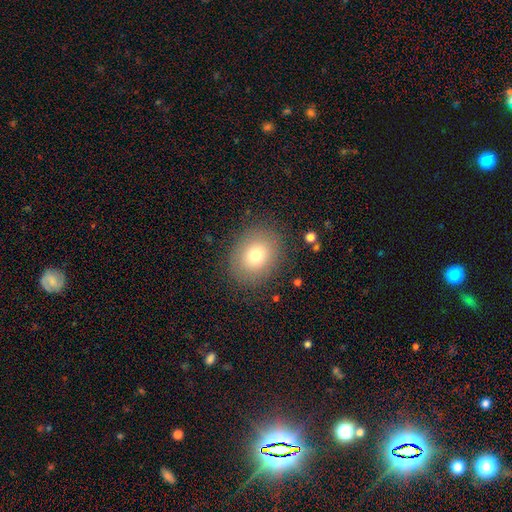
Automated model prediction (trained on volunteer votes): smooth 75%, featured or disk 14%, star or artifact 11%. Down the decision tree: how rounded — round (52%); merging — none (85%).